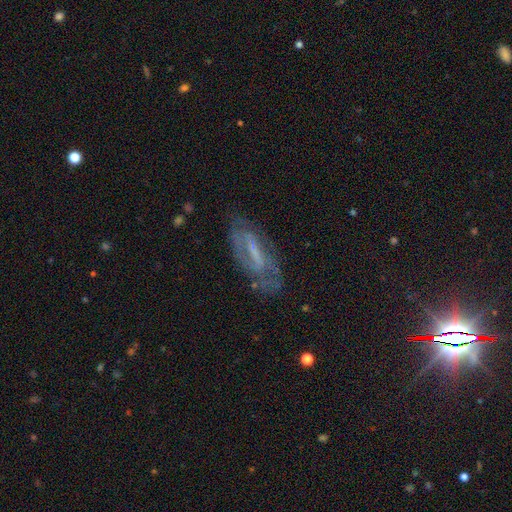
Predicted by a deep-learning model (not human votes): Overall: featured or disk (64%). Edge-on disk: no (78%). Bar: weak (39%; strong 38%). Spiral arms: yes (69%; no 31%). Bulge size: none (37%; small 32%). Merging: none (66%).